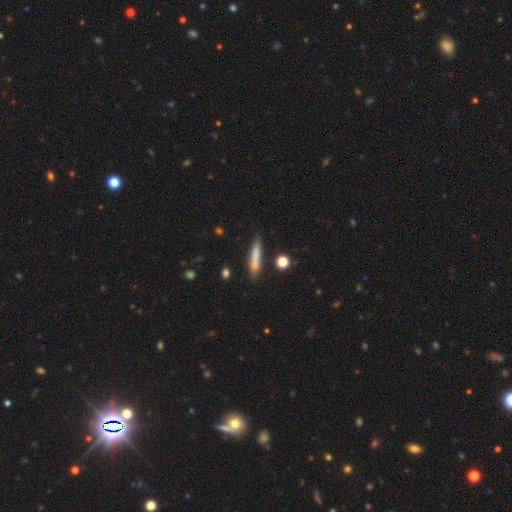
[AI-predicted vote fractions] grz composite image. It shows a smooth galaxy with no disk features (75%) that is cigar-shaped (90%). Merging: none (79%).